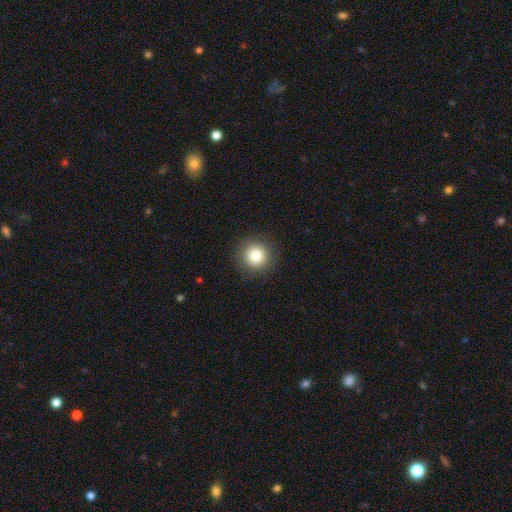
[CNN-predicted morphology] smooth_or_featured: smooth (p=0.82) [alt: star or artifact p=0.11]
how_rounded: round (p=0.95) [alt: in between p=0.04]
merging: none (p=0.91) [alt: minor disturbance p=0.06]